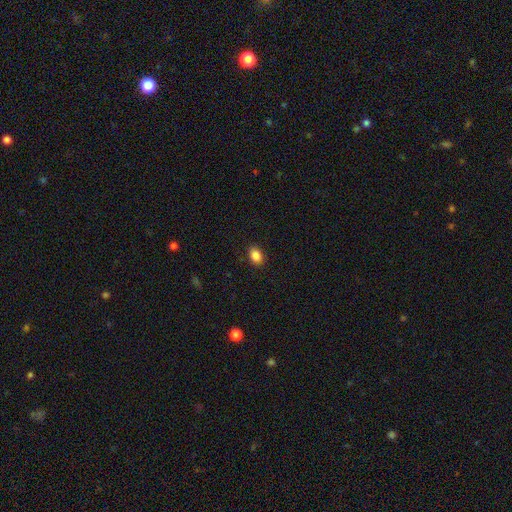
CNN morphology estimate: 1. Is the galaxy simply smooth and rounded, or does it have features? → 86% smooth, 9% star or artifact, 4% featured or disk.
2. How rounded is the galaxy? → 72% in between, 27% round, 1% cigar-shaped.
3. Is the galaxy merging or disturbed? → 89% none, 8% minor disturbance, 2% major disturbance, 1% merger.